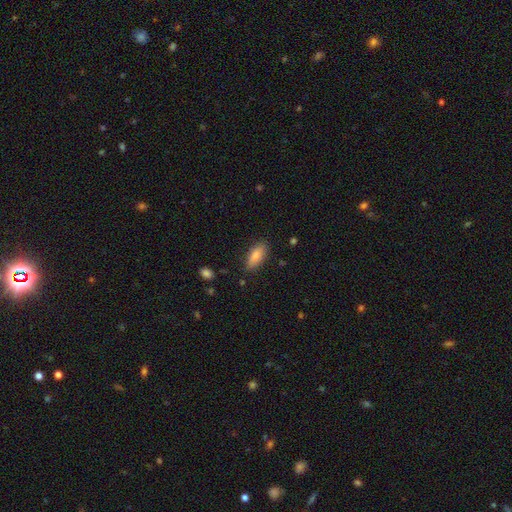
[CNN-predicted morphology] smooth-or-featured: smooth: 82% | featured or disk: 11% | star or artifact: 7%
  how-rounded: in between: 82% | cigar-shaped: 16% | round: 2%
  merging: none: 83% | minor disturbance: 13% | major disturbance: 3% | merger: 2%